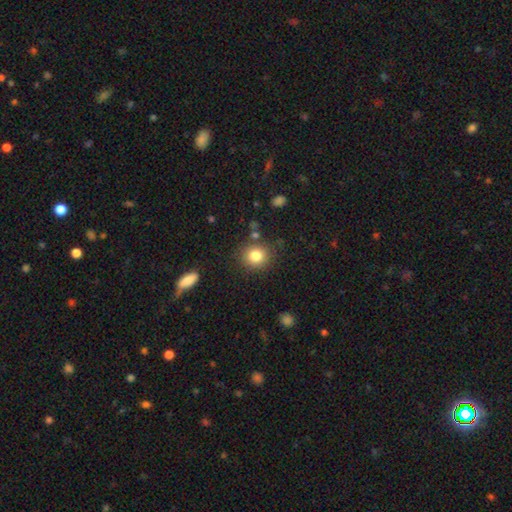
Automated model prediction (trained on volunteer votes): A smooth galaxy with no disk features (82%) that is round (83%). Merging: none (83%).